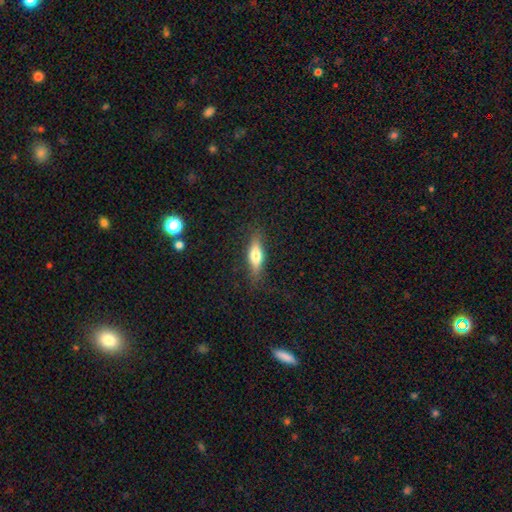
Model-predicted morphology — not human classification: Smooth or featured? smooth (65%)
How rounded? in between (49%)
Merging? none (80%)